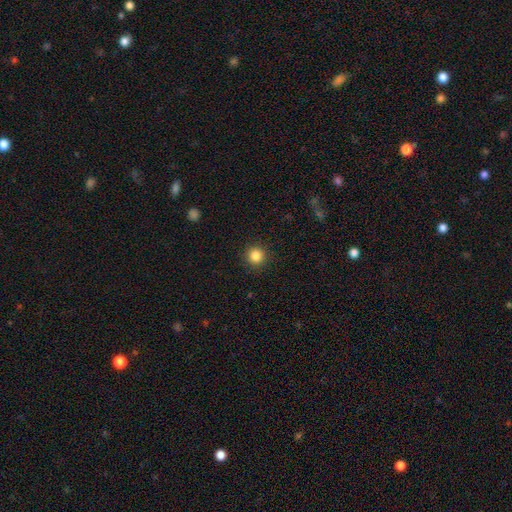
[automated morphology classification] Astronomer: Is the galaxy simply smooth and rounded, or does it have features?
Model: smooth — 84%.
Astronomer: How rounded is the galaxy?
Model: round — 95%.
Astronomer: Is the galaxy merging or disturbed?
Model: none — 92%.